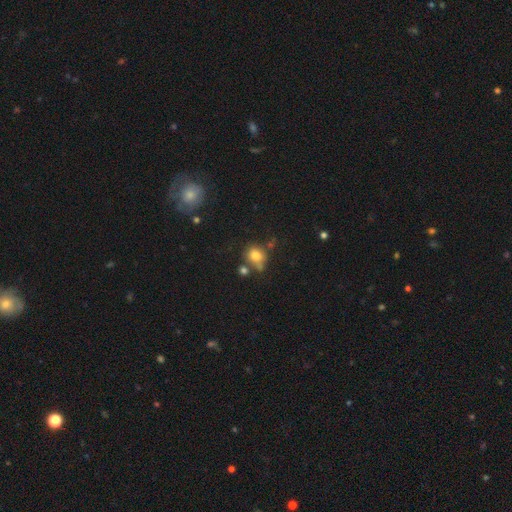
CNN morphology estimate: smooth 77%, star or artifact 12%, featured or disk 12%. Down the decision tree: how rounded — round (67%); merging — none (55%).